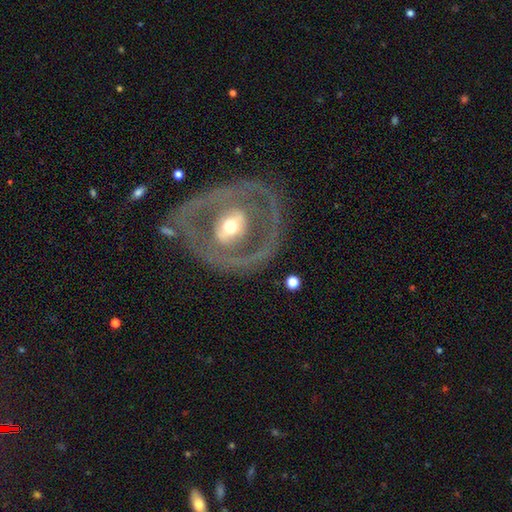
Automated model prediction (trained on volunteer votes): Smooth or featured? Predicted: featured or disk (p=0.78). Edge-on disk? Predicted: no (p=0.94). Bar? Predicted: no (p=0.53). Spiral arms? Predicted: no (p=0.61). Bulge size? Predicted: moderate (p=0.66). Merging? Predicted: none (p=0.70).